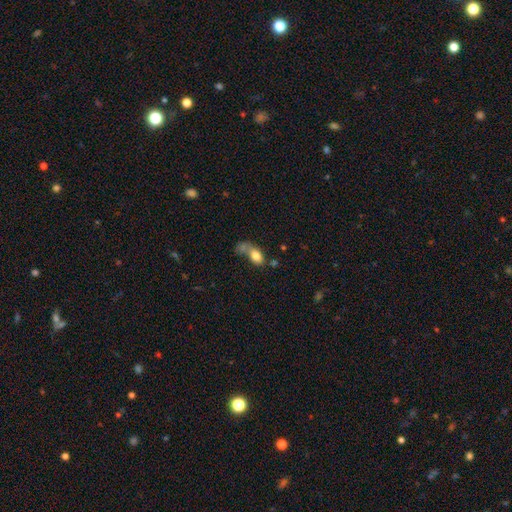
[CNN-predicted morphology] Overall: smooth (76%). How rounded: in between (85%). Merging: merger (38%; none 24%).